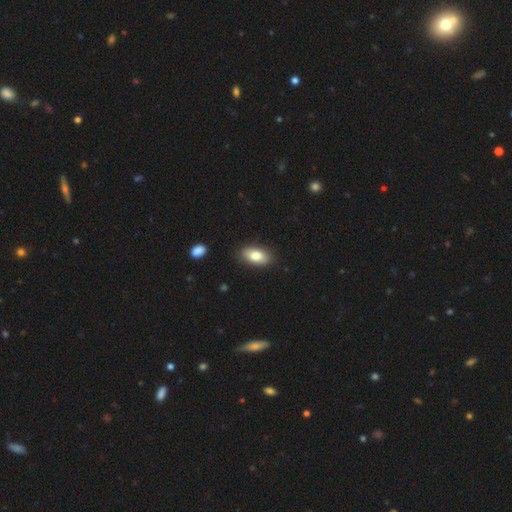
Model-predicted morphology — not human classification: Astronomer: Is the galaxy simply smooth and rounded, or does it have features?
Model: smooth — 82%.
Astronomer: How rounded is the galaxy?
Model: in between — 91%.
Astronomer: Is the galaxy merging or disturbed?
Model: none — 86%.